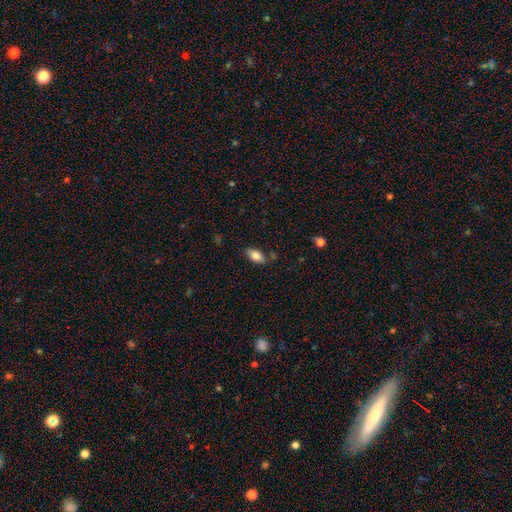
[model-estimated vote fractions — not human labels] A smooth galaxy with no disk features (83%) that is in between round and cigar-shaped (90%).

Vote fractions:
- Smooth or featured? smooth: 83% / featured or disk: 10% / star or artifact: 7%
- How rounded? in between: 90% / cigar-shaped: 7% / round: 3%
- Merging? none: 80% / minor disturbance: 13% / merger: 4% / major disturbance: 3%